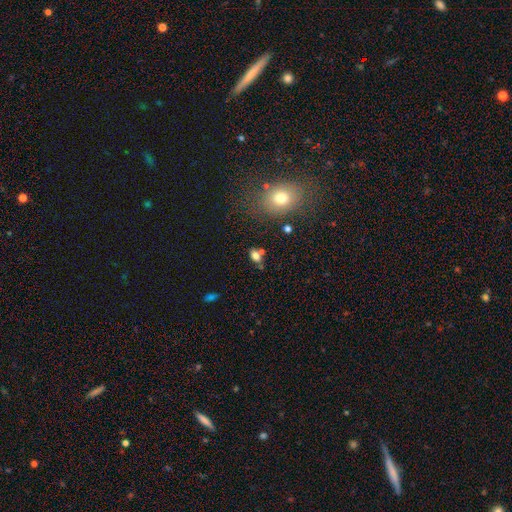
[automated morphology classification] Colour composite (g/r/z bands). It shows a smooth galaxy with no disk features (74%) that is in between round and cigar-shaped (77%). Merging: none (60%).